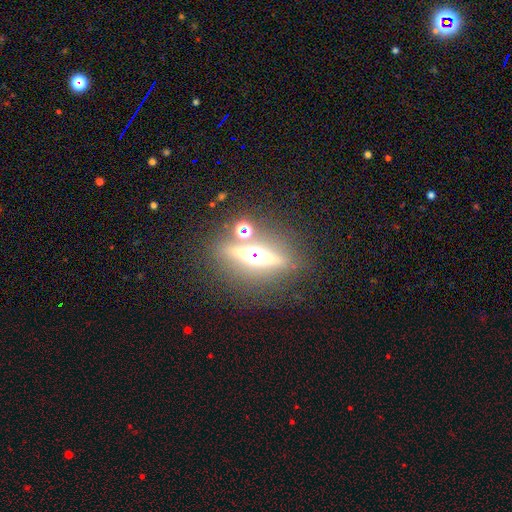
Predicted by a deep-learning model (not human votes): smooth-or-featured: featured or disk: 62% | star or artifact: 23% | smooth: 15%
  disk-edge-on: yes: 90% | no: 10%
    edge-on-bulge: rounded: 94% | boxy: 5% | none: 2%
  merging: none: 83% | minor disturbance: 8% | merger: 5% | major disturbance: 4%